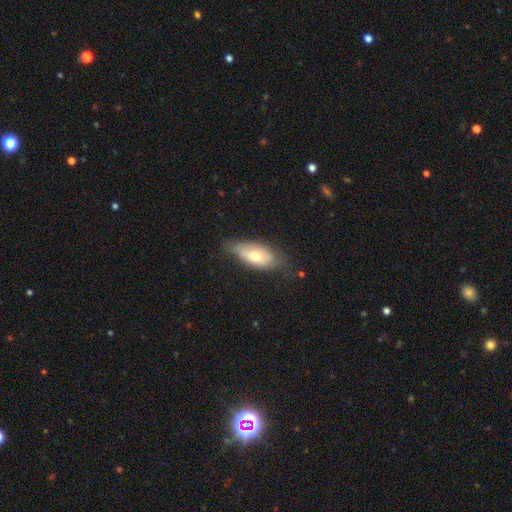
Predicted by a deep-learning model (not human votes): The model was most divided on "merging": none: 60%, minor disturbance: 31%, major disturbance: 7%, merger: 1%. More confident: how rounded — in between (86%); smooth or featured — smooth (61%).